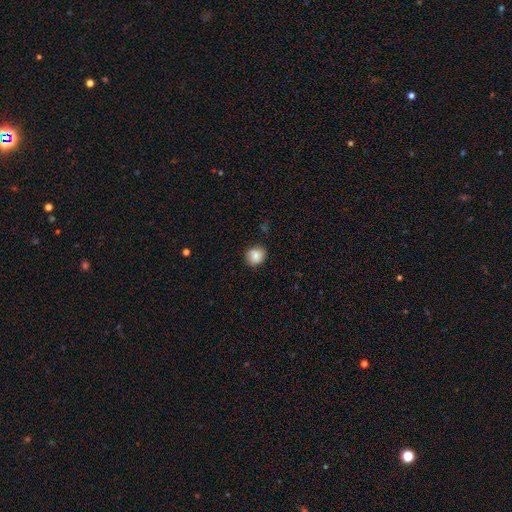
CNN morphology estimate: Smooth or featured?
  - smooth: 84% *
  - star or artifact: 9%
  - featured or disk: 7%
How rounded?
  - round: 81% *
  - in between: 18%
  - cigar-shaped: 1%
Merging?
  - none: 82% *
  - minor disturbance: 14%
  - major disturbance: 3%
  - merger: 2%